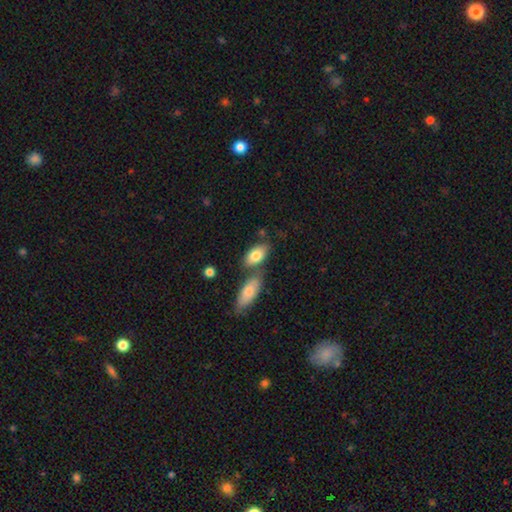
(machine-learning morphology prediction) This is clearly a smooth galaxy (81%). How rounded: clearly in between (91%). Merging: possibly none (55%).